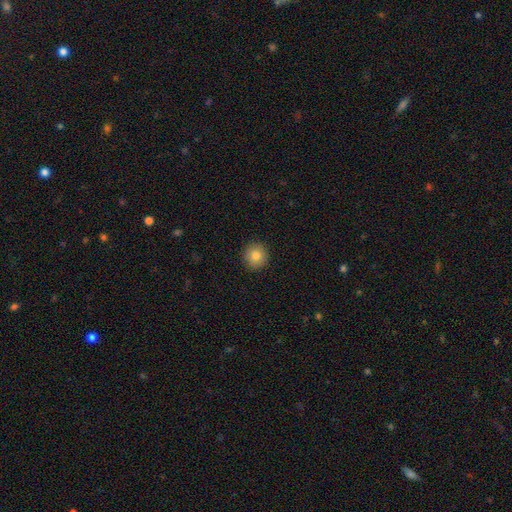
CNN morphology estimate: Q: Smooth or featured?
A: smooth (83%); runner-up: star or artifact (10%)
Q: How rounded?
A: round (93%); runner-up: in between (6%)
Q: Merging?
A: none (92%); runner-up: minor disturbance (6%)